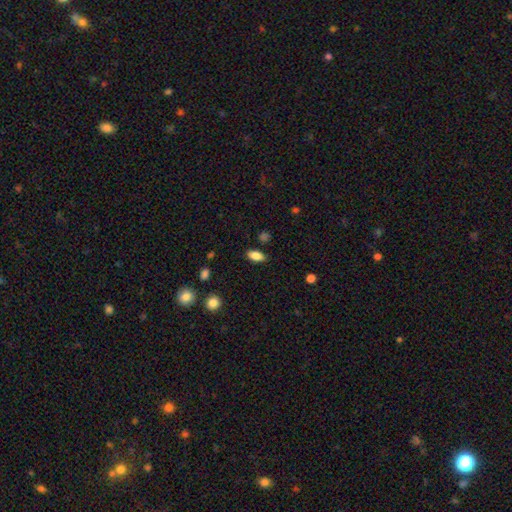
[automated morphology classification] Q: Smooth or featured?
A: smooth (84%); runner-up: star or artifact (8%)
Q: How rounded?
A: in between (89%); runner-up: cigar-shaped (7%)
Q: Merging?
A: none (86%); runner-up: minor disturbance (10%)